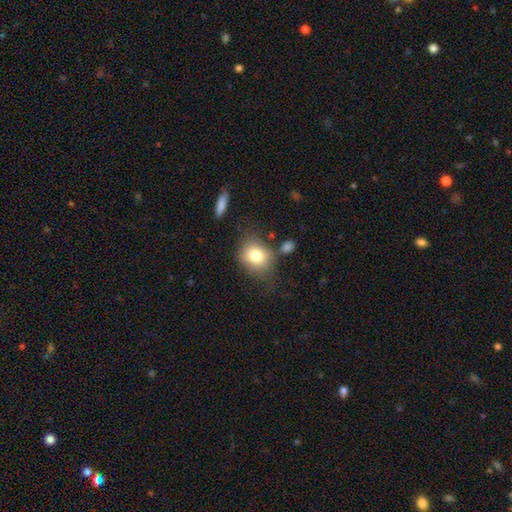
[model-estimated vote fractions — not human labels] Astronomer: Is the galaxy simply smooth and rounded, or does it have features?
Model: smooth — 78%.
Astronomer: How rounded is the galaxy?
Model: round — 63%.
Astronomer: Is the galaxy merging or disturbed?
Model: none — 66%.